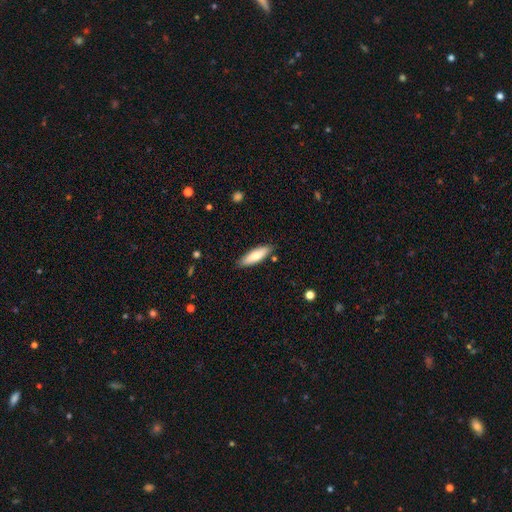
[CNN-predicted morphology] Smooth or featured? Predicted: smooth (p=0.74). How rounded? Predicted: cigar-shaped (p=0.54). Merging? Predicted: none (p=0.87).